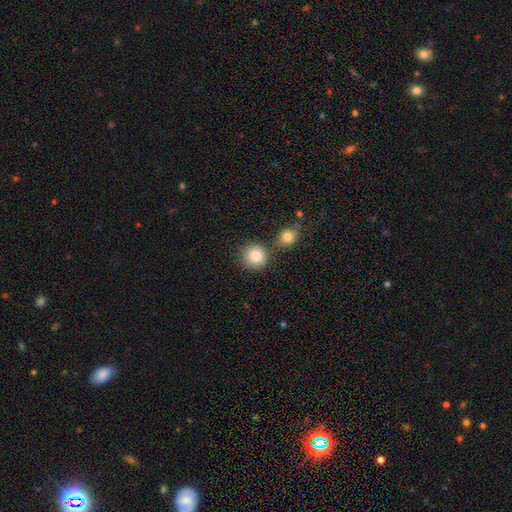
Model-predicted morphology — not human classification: Overall: smooth (84%). How rounded: round (90%). Merging: none (71%).